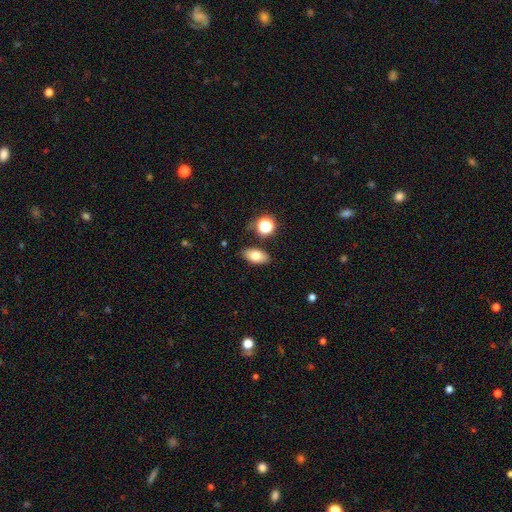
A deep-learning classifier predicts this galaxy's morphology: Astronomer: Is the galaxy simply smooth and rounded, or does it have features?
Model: smooth — 76%.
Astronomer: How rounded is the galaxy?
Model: in between — 88%.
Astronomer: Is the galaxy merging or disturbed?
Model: none — 83%.